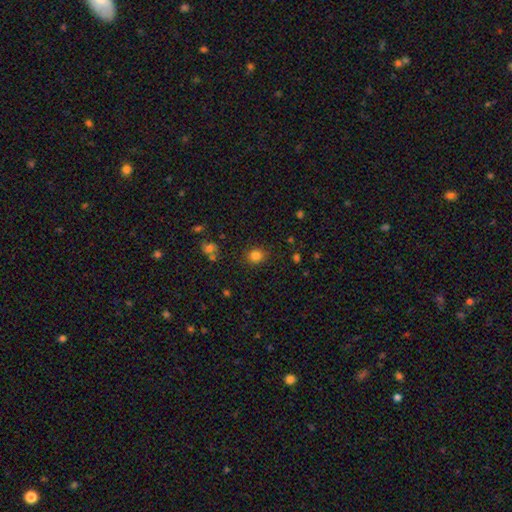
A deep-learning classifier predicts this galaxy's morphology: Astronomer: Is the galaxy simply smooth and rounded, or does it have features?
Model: smooth — 82%.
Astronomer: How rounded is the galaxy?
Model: round — 79%.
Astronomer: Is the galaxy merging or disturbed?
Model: none — 86%.